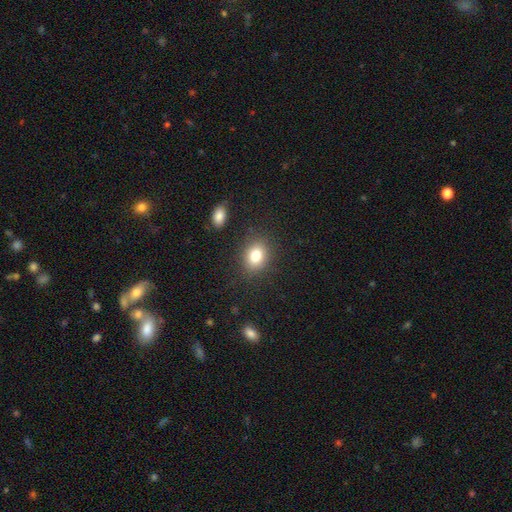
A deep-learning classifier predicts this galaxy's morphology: This appears to be a smooth galaxy with no disk features (80%) that is in between round and cigar-shaped (55%). Merging: none (84%).